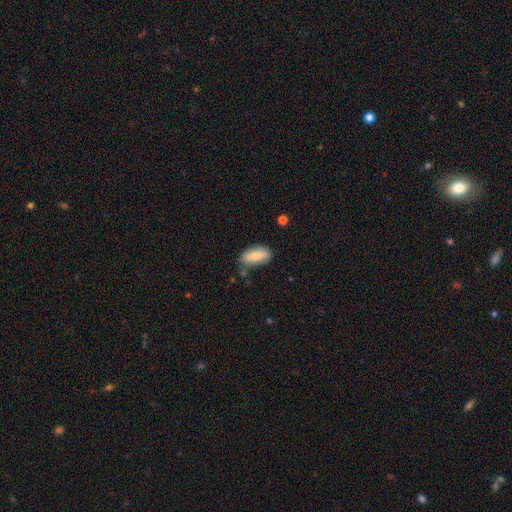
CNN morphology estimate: smooth_or_featured: smooth (p=0.70) [alt: featured or disk p=0.23]
how_rounded: in between (p=0.87) [alt: cigar-shaped p=0.10]
merging: none (p=0.68) [alt: minor disturbance p=0.22]